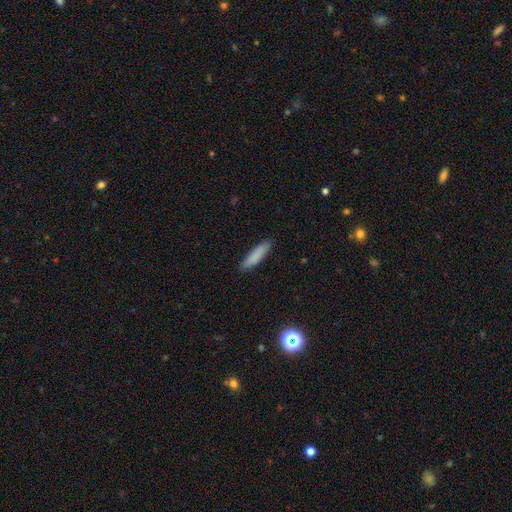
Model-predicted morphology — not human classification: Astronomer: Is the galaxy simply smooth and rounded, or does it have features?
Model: smooth — 84%.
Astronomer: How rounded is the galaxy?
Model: cigar-shaped — 80%.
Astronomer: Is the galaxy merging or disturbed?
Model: none — 88%.